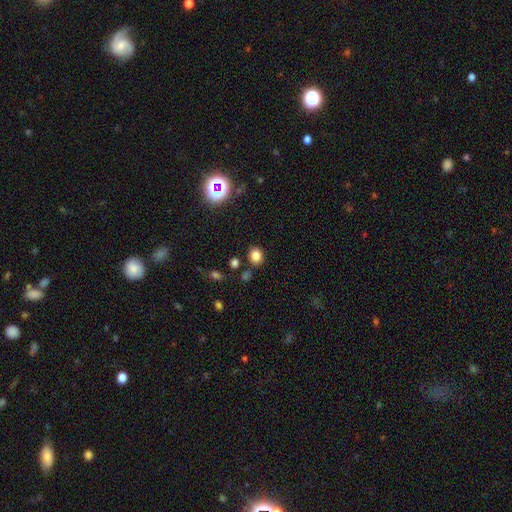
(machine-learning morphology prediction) smooth_or_featured: smooth (p=0.80) [alt: star or artifact p=0.14]
how_rounded: round (p=0.66) [alt: in between p=0.34]
merging: none (p=0.82) [alt: minor disturbance p=0.10]